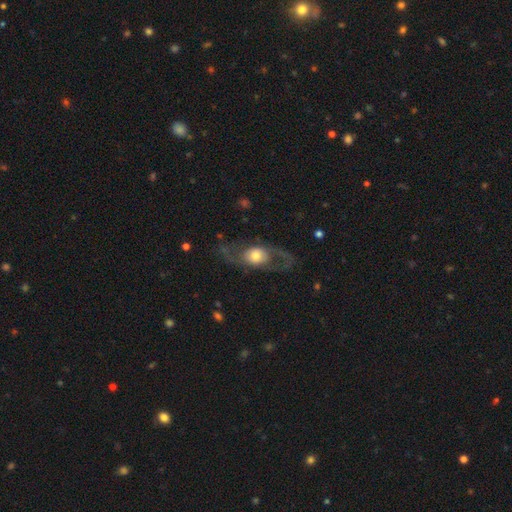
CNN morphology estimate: smooth-or-featured: featured or disk: 65% | smooth: 29% | star or artifact: 6%
  disk-edge-on: no: 86% | yes: 14%
    bar: no: 77% | weak: 17% | strong: 6%
    has-spiral-arms: yes: 68% | no: 32%
    bulge-size: moderate: 47% | large: 33% | small: 12% | dominant: 6% | none: 1%
  merging: none: 66% | major disturbance: 19% | minor disturbance: 14% | merger: 2%